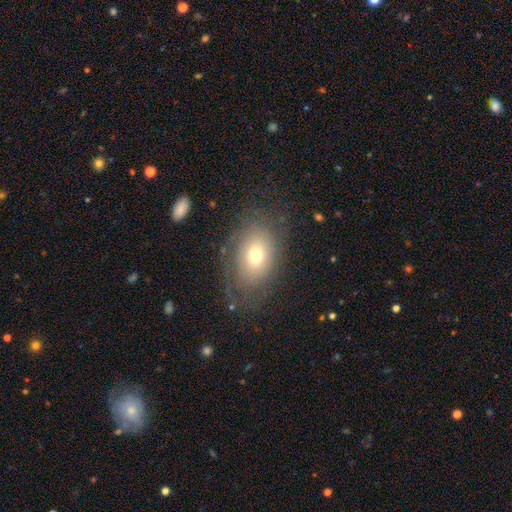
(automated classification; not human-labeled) Smooth or featured? Predicted: smooth (p=0.60). How rounded? Predicted: in between (p=0.81). Merging? Predicted: none (p=0.69).